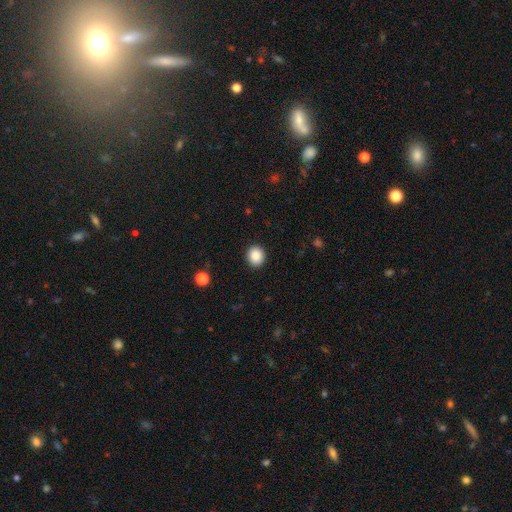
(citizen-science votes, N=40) A smooth galaxy with no disk features (88%) that is round (83%).

Vote fractions:
- Smooth or featured? smooth: 88% / star or artifact: 12% / featured or disk: 0%
- How rounded? round: 83% / in between: 17% / cigar-shaped: 0%
- Merging? none: 94% / minor disturbance: 6% / major disturbance: 0% / merger: 0%